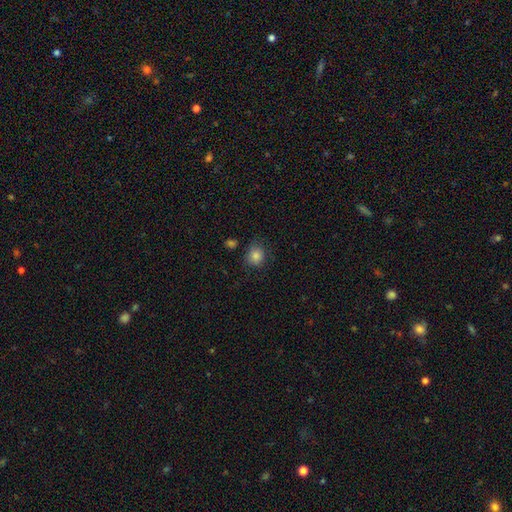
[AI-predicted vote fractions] A smooth galaxy with no disk features (84%) that is round (78%). Merging: none (76%).